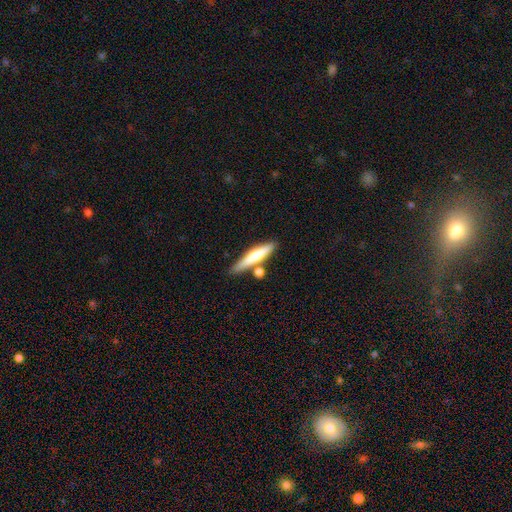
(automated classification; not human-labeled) Smooth or featured? Predicted: smooth (p=0.59). How rounded? Predicted: cigar-shaped (p=0.85). Merging? Predicted: none (p=0.69).